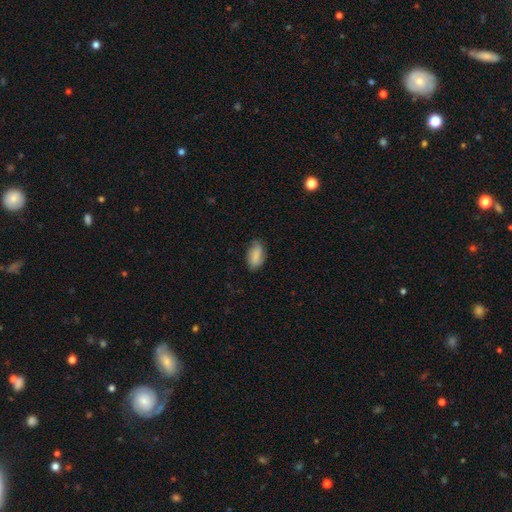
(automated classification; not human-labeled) Smooth or featured? smooth (79%)
How rounded? in between (91%)
Merging? none (72%)